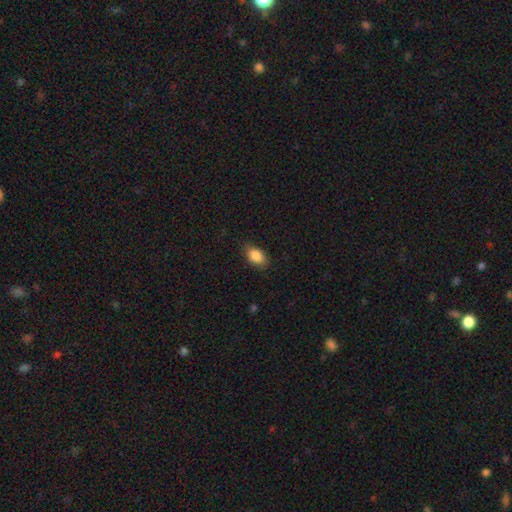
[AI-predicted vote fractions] Morphology: type=smooth (87%); roundness=in between (87%); merging=none (84%).